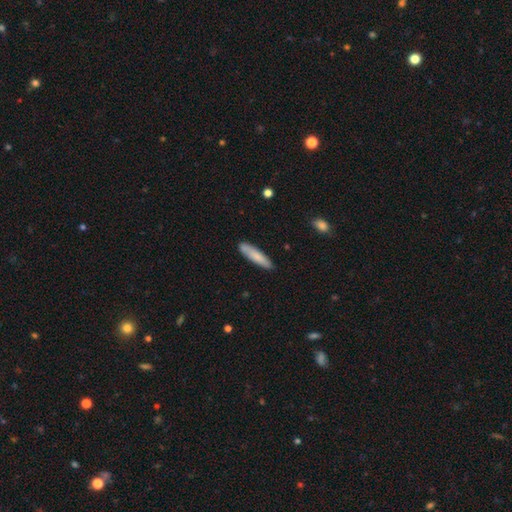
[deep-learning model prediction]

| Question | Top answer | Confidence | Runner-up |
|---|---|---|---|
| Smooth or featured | smooth | 79% | featured or disk (15%) |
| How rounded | cigar-shaped | 79% | in between (20%) |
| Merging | none | 83% | minor disturbance (13%) |